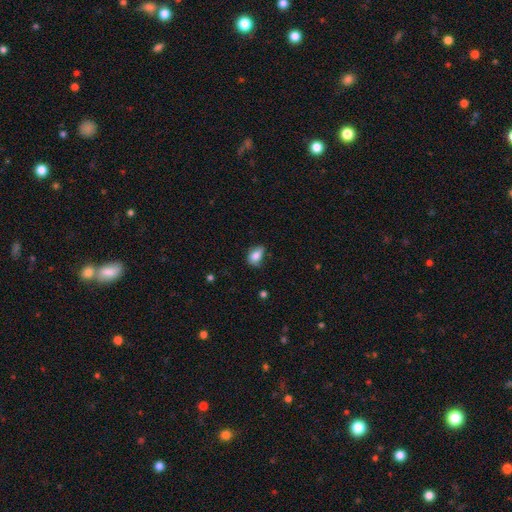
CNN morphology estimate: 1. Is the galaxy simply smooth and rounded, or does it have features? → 79% smooth, 12% featured or disk, 9% star or artifact.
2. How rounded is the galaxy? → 79% in between, 19% round, 2% cigar-shaped.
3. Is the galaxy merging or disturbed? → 44% none, 39% minor disturbance, 14% major disturbance, 3% merger.